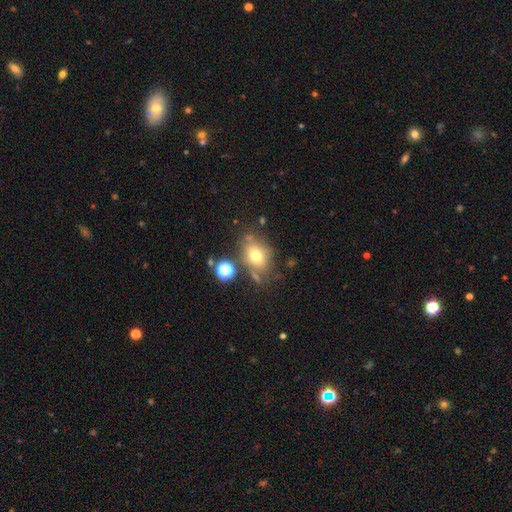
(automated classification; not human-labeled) A smooth galaxy with no disk features (69%) that is in between round and cigar-shaped (58%).

Vote fractions:
- Smooth or featured? smooth: 69% / featured or disk: 17% / star or artifact: 14%
- How rounded? in between: 58% / round: 41% / cigar-shaped: 1%
- Merging? none: 61% / minor disturbance: 18% / merger: 12% / major disturbance: 8%